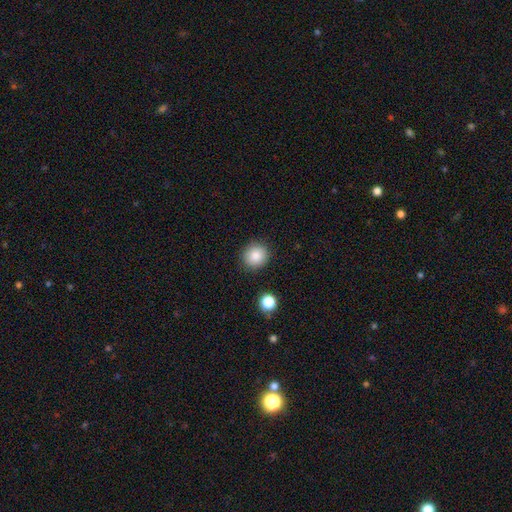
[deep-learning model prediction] Overall: smooth (86%). How rounded: round (85%). Merging: none (89%).